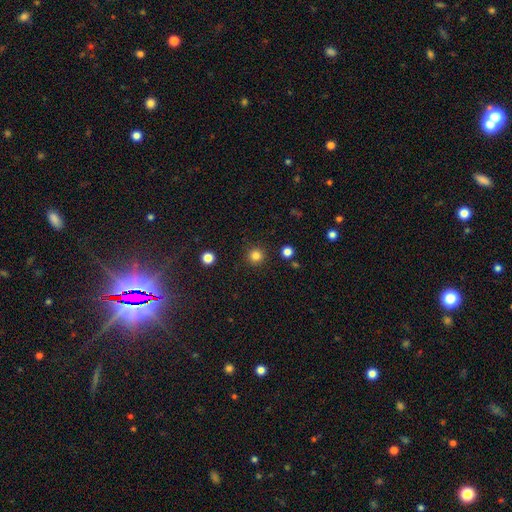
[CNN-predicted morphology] Smooth or featured? smooth (82%)
How rounded? round (96%)
Merging? none (91%)